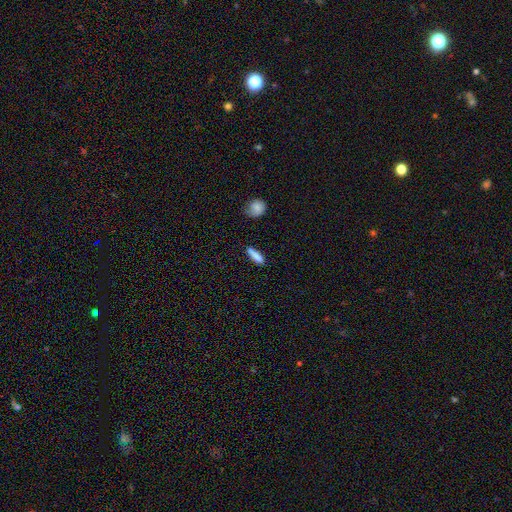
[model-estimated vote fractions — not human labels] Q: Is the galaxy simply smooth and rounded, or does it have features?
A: smooth — 85%.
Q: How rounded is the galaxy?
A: cigar-shaped — 70%.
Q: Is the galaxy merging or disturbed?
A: none — 80%.